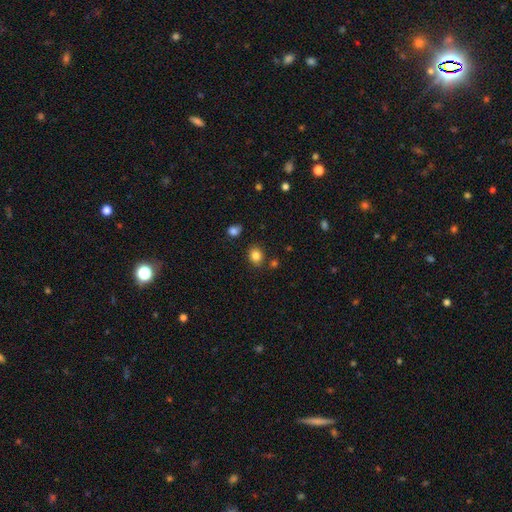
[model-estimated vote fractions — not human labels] The model was most divided on "how rounded": round: 66%, in between: 33%, cigar-shaped: 1%. More confident: smooth or featured — smooth (84%); merging — none (82%).